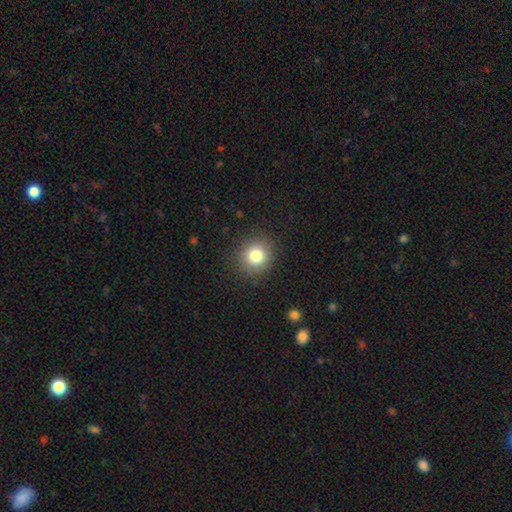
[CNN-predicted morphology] Overall: smooth (81%). How rounded: round (87%). Merging: none (88%).